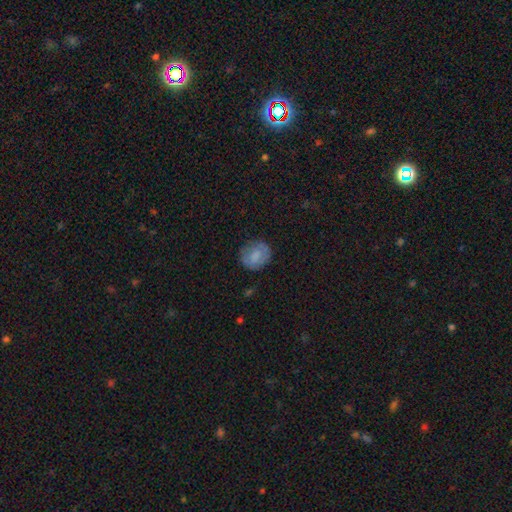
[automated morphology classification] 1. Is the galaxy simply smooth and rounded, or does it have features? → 68% smooth, 23% featured or disk, 8% star or artifact.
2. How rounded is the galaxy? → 70% round, 29% in between, 1% cigar-shaped.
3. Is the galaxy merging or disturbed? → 73% none, 19% minor disturbance, 7% major disturbance, 1% merger.